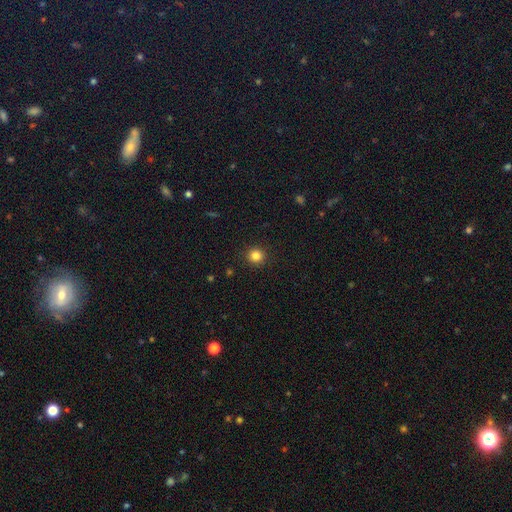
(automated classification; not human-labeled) A smooth galaxy with no disk features (84%) that is round (94%).

Vote fractions:
- Smooth or featured? smooth: 84% / star or artifact: 12% / featured or disk: 4%
- How rounded? round: 94% / in between: 5% / cigar-shaped: 1%
- Merging? none: 92% / minor disturbance: 5% / major disturbance: 2% / merger: 1%